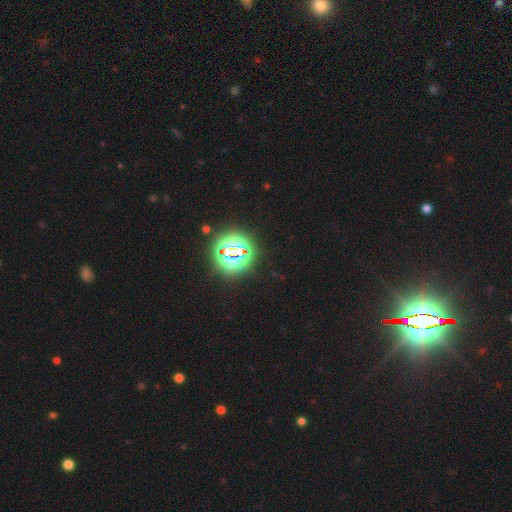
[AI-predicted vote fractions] Morphology: type=star or artifact (83%).